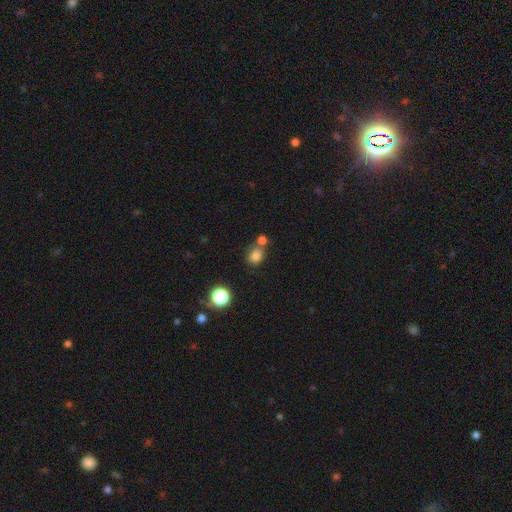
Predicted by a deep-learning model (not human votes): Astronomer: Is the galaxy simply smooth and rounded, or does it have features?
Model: smooth — 80%.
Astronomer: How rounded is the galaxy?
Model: round — 75%.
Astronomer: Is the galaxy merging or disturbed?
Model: none — 59%.